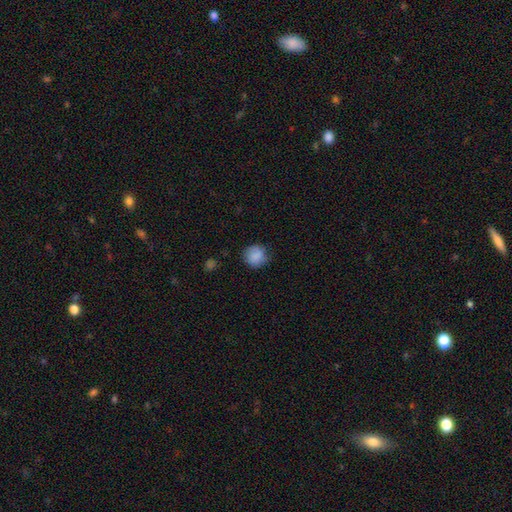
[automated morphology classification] Overall: smooth (85%). How rounded: round (85%). Merging: none (76%).